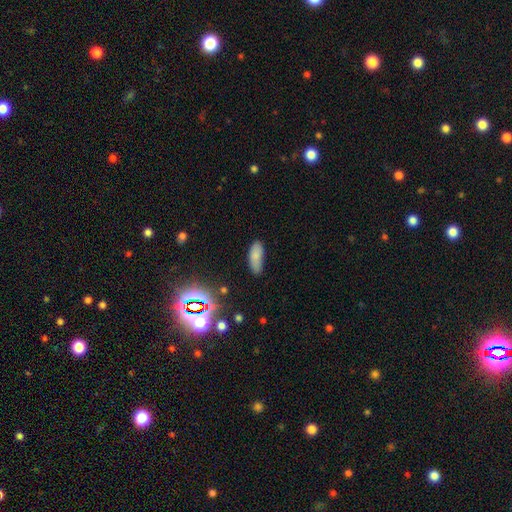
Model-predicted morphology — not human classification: Smooth or featured?
  - smooth: 80% *
  - star or artifact: 12%
  - featured or disk: 8%
How rounded?
  - in between: 77% *
  - cigar-shaped: 20%
  - round: 2%
Merging?
  - none: 74% *
  - minor disturbance: 20%
  - major disturbance: 4%
  - merger: 2%